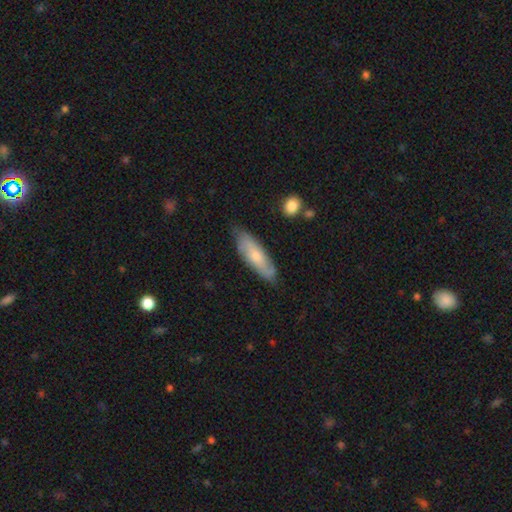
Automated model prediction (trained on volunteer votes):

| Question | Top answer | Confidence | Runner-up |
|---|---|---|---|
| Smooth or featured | smooth | 55% | featured or disk (39%) |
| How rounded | cigar-shaped | 51% | in between (47%) |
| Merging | none | 75% | minor disturbance (20%) |